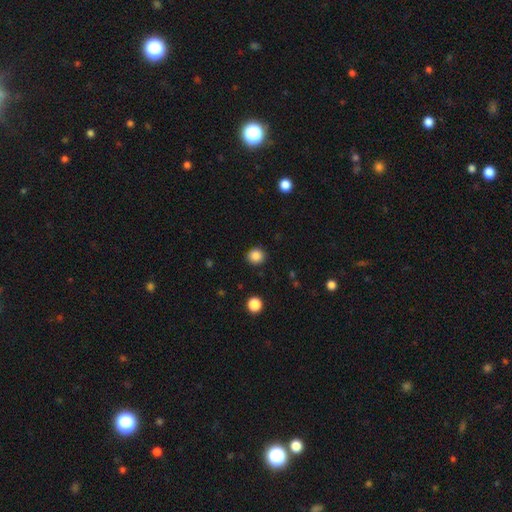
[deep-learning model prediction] Smooth or featured: smooth — 85% (star or artifact — 11%)
How rounded: round — 87% (in between — 12%)
Merging: none — 90% (minor disturbance — 6%)